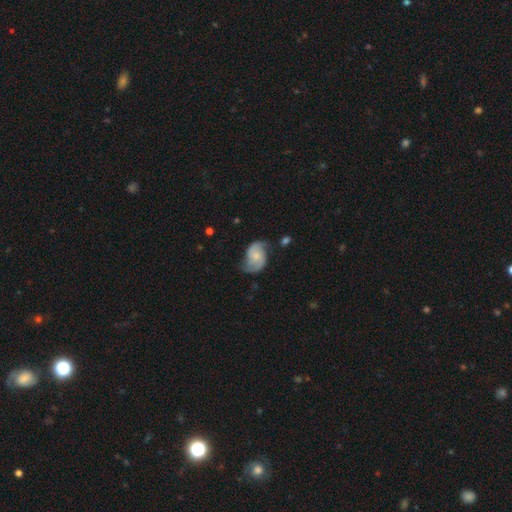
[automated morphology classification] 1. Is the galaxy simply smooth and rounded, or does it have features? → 83% featured or disk, 12% smooth, 5% star or artifact.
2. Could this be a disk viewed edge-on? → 98% no, 2% yes.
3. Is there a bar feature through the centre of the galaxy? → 64% no, 30% weak, 5% strong.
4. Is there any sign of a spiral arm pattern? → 97% yes, 3% no.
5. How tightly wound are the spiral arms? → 48% medium, 32% loose, 20% tight.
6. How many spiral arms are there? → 91% 2, 3% can't tell, 2% 3, 2% 1, 1% 4, 1% more than 4.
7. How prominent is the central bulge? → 53% small, 30% moderate, 13% none, 3% large, 1% dominant.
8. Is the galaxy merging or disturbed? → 68% none, 21% minor disturbance, 8% major disturbance, 3% merger.